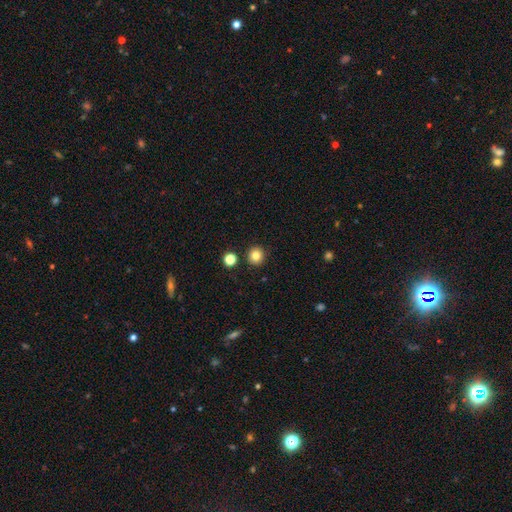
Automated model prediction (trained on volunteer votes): Smooth or featured: smooth — 82% (star or artifact — 12%)
How rounded: round — 93% (in between — 6%)
Merging: none — 89% (minor disturbance — 6%)